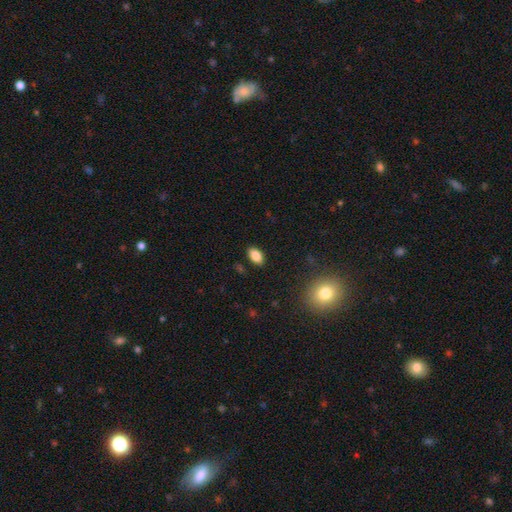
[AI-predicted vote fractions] The model was most divided on "smooth or featured": smooth: 86%, star or artifact: 9%, featured or disk: 6%. More confident: how rounded — in between (92%); merging — none (88%).